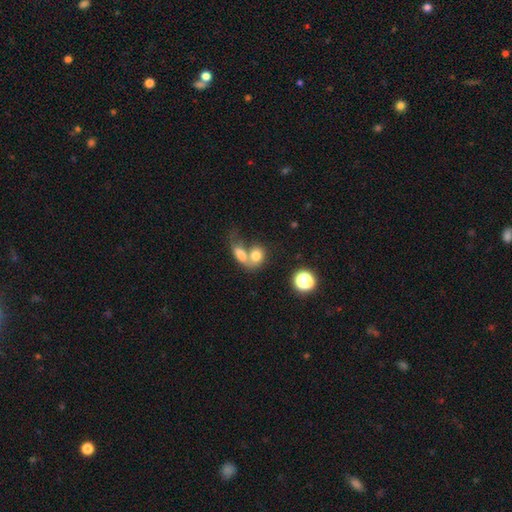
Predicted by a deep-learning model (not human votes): smooth_or_featured: smooth (p=0.75) [alt: featured or disk p=0.15]
how_rounded: in between (p=0.59) [alt: round p=0.39]
merging: merger (p=0.65) [alt: none p=0.22]